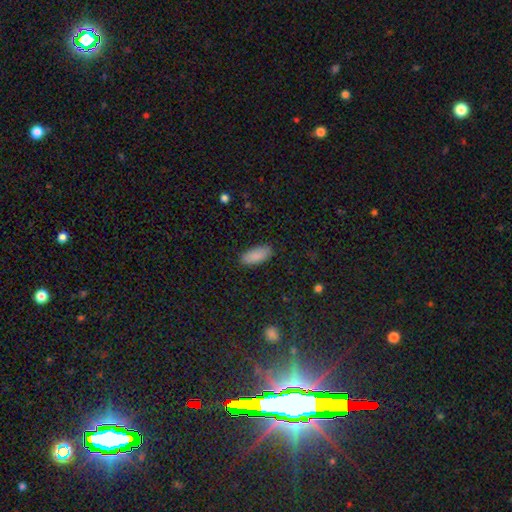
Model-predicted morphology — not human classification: Smooth or featured? smooth (89%)
How rounded? in between (84%)
Merging? none (88%)